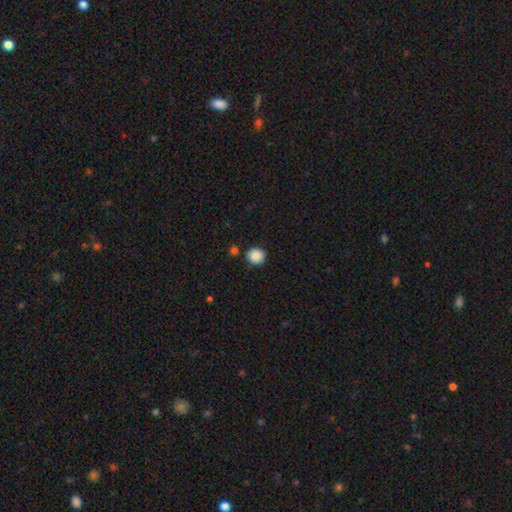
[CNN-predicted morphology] A smooth galaxy with no disk features (87%) that is round (87%).

Vote fractions:
- Smooth or featured? smooth: 87% / star or artifact: 9% / featured or disk: 4%
- How rounded? round: 87% / in between: 12% / cigar-shaped: 1%
- Merging? none: 85% / minor disturbance: 9% / merger: 4% / major disturbance: 2%